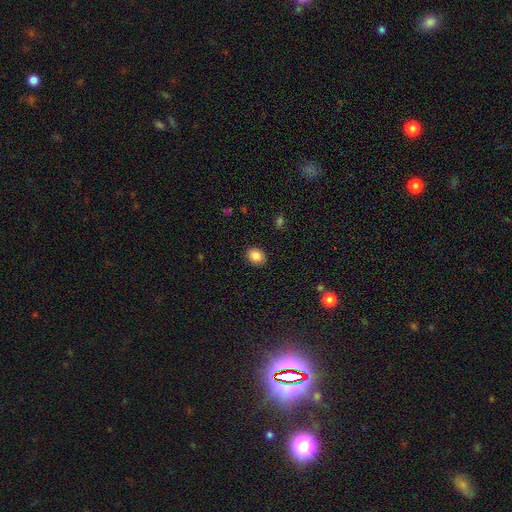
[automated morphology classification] Smooth or featured: smooth — 87% (star or artifact — 9%)
How rounded: in between — 50% (round — 49%)
Merging: none — 89% (minor disturbance — 8%)